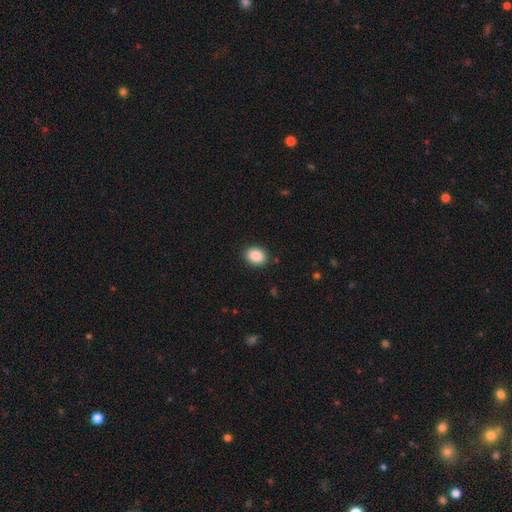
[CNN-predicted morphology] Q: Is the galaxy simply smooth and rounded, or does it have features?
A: smooth — 89%.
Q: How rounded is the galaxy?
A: in between — 65%.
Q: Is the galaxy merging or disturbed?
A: none — 89%.